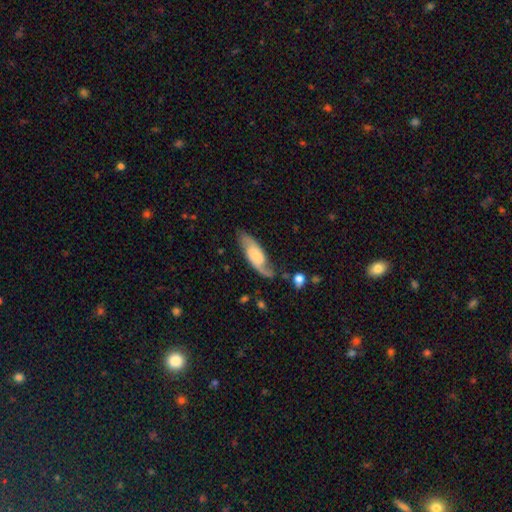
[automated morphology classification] Overall: featured or disk (61%; smooth 33%). Edge-on disk: no (86%). Bar: no (61%; weak 30%). Spiral arms: yes (91%). Bulge size: small (32%; moderate 24%). Merging: none (62%; minor disturbance 23%).